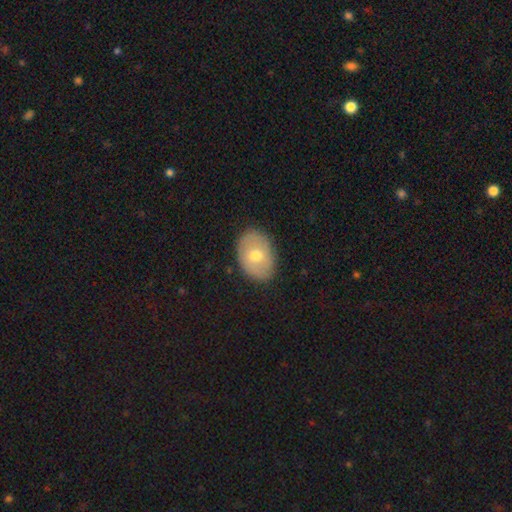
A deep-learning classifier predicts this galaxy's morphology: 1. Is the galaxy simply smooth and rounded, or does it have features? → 60% smooth, 33% featured or disk, 7% star or artifact.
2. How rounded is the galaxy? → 72% in between, 27% round, 1% cigar-shaped.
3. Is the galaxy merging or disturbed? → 85% none, 11% minor disturbance, 3% major disturbance, 1% merger.